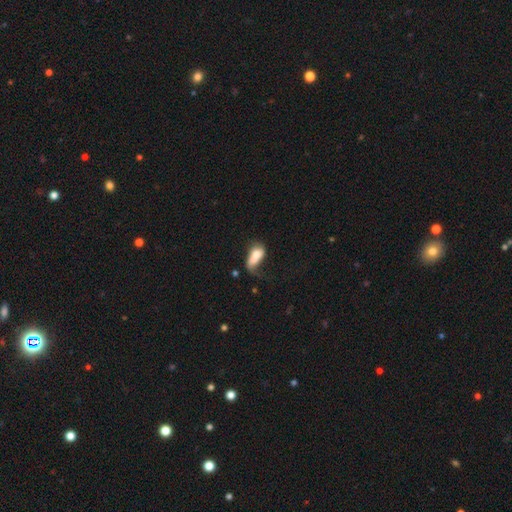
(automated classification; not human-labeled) Q: Smooth or featured?
A: smooth (65%); runner-up: featured or disk (27%)
Q: How rounded?
A: in between (84%); runner-up: cigar-shaped (10%)
Q: Merging?
A: major disturbance (43%); runner-up: minor disturbance (23%)